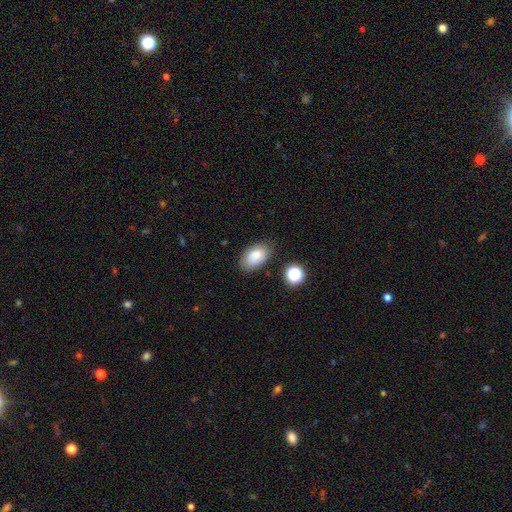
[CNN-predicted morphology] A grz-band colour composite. It shows a smooth galaxy with no disk features (82%) that is in between round and cigar-shaped (91%). Merging: none (79%).